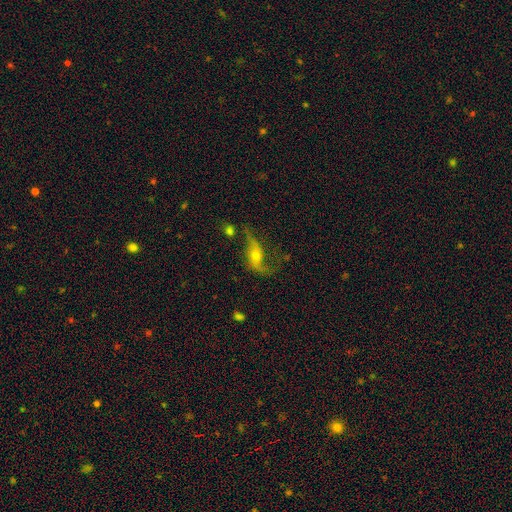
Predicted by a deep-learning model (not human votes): Overall: featured or disk (75%). Edge-on disk: no (91%). Bar: no (59%; weak 27%). Spiral arms: yes (89%). Spiral arm count: 2 (83%). Spiral winding: loose (84%). Bulge size: small (48%; moderate 44%). Merging: none (48%; major disturbance 26%).